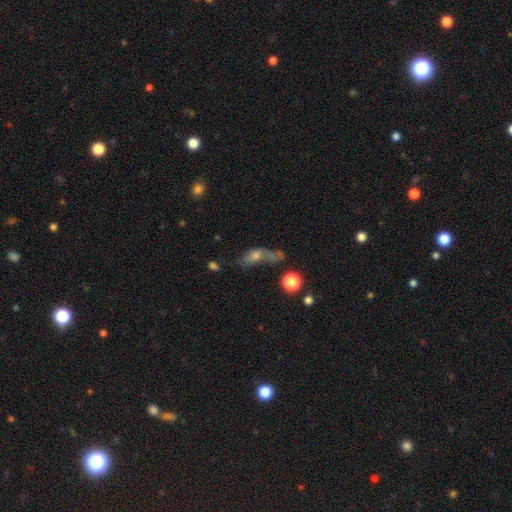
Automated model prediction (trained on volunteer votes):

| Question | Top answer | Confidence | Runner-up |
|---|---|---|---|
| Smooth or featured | smooth | 49% | featured or disk (35%) |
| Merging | major disturbance | 34% | none (28%) |